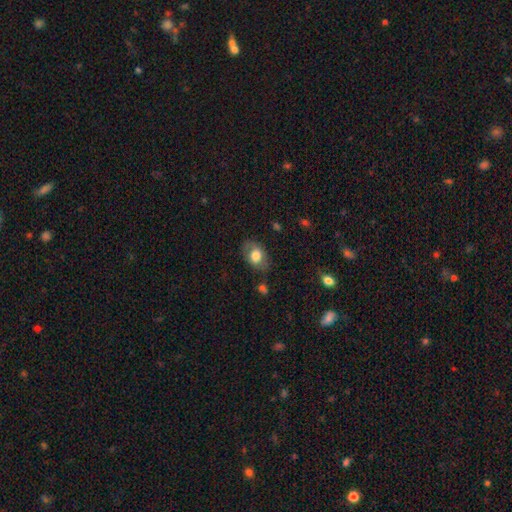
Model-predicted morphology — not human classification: smooth_or_featured: smooth (p=0.69) [alt: featured or disk p=0.24]
how_rounded: in between (p=0.79) [alt: round p=0.19]
merging: none (p=0.71) [alt: minor disturbance p=0.20]